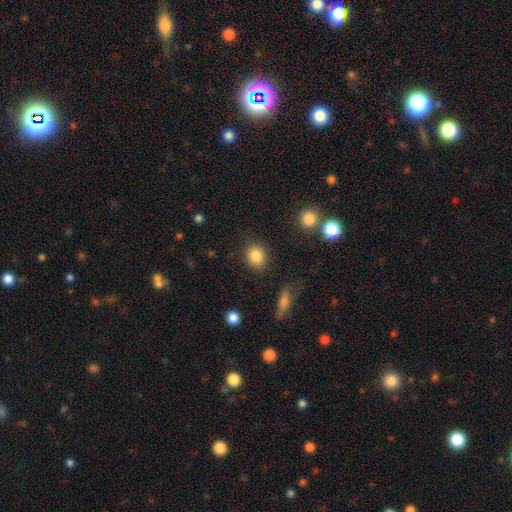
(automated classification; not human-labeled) A smooth galaxy with no disk features (86%) that is round (57%). Merging: none (85%).